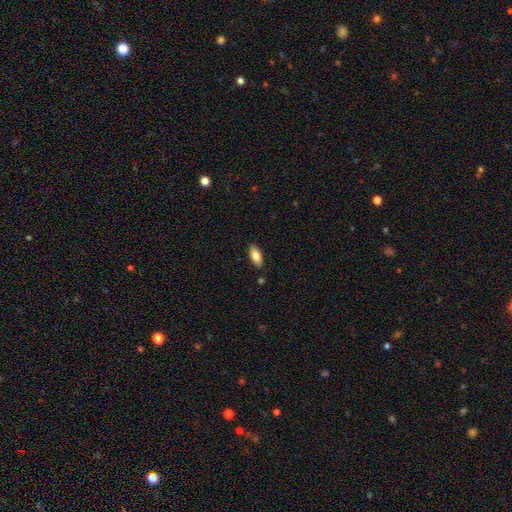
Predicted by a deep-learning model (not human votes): Smooth or featured?
  - smooth: 80% *
  - featured or disk: 13%
  - star or artifact: 6%
How rounded?
  - in between: 84% *
  - cigar-shaped: 14%
  - round: 2%
Merging?
  - none: 87% *
  - minor disturbance: 10%
  - major disturbance: 2%
  - merger: 2%